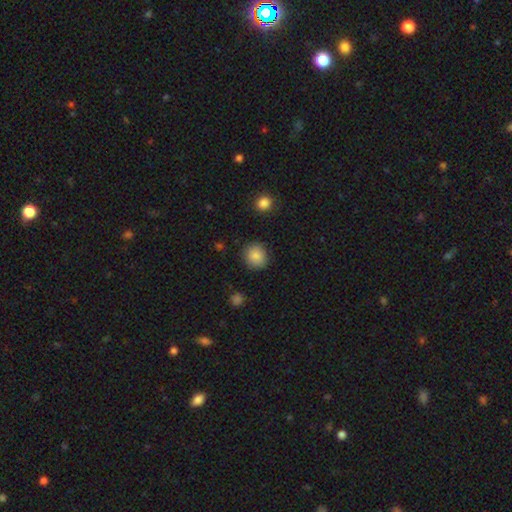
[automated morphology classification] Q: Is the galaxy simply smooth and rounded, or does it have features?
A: smooth — 87%.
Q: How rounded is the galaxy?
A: round — 85%.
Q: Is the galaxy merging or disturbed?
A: none — 87%.